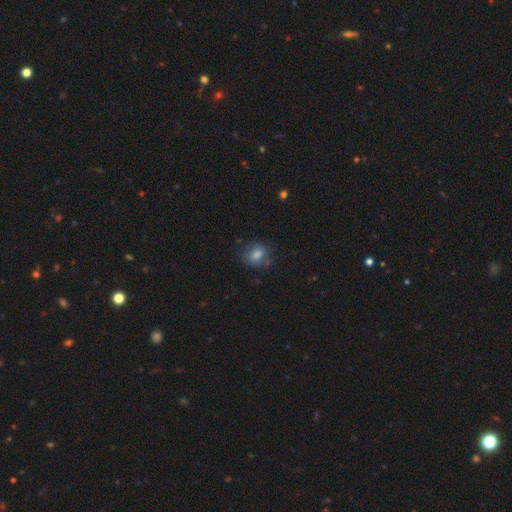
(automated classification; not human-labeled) Smooth or featured? smooth (73%)
How rounded? round (56%)
Merging? none (71%)